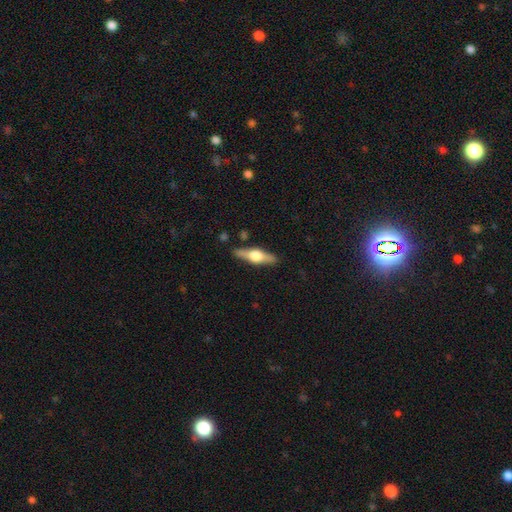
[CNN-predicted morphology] Overall: featured or disk (68%). Edge-on disk: yes (96%). Edge-on bulge: rounded (95%). Merging: none (87%).